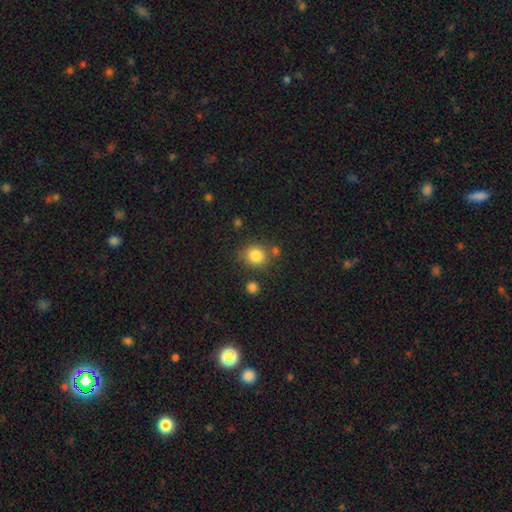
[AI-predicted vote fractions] smooth-or-featured: smooth: 84% | star or artifact: 11% | featured or disk: 6%
  how-rounded: round: 83% | in between: 17% | cigar-shaped: 1%
  merging: none: 75% | minor disturbance: 11% | merger: 9% | major disturbance: 4%